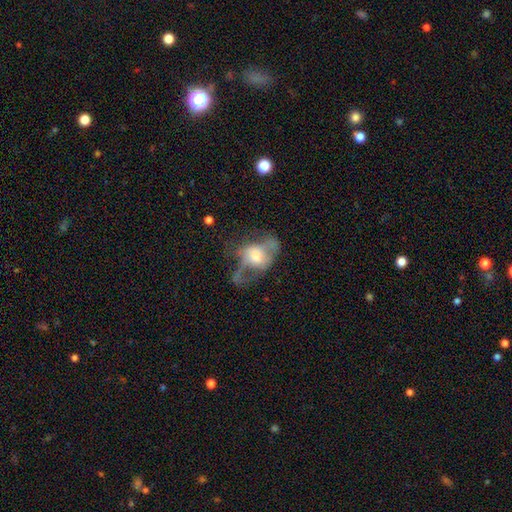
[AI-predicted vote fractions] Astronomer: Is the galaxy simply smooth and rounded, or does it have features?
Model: featured or disk — 50% (runner-up: smooth, 41%).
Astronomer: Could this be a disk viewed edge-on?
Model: no — 90%.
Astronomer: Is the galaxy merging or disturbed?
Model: major disturbance — 51%.